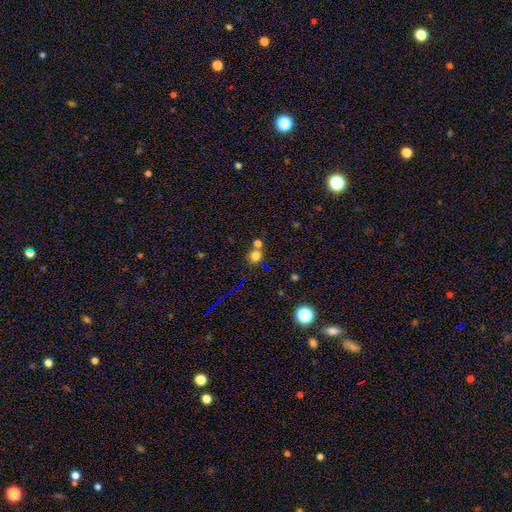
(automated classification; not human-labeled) Smooth or featured? smooth (73%)
How rounded? round (86%)
Merging? none (58%)